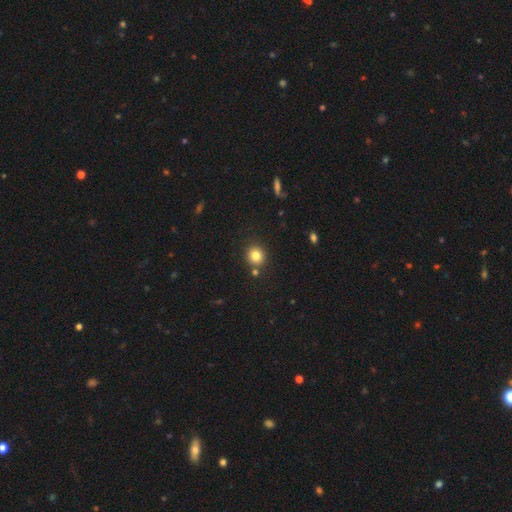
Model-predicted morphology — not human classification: A smooth galaxy with no disk features (82%) that is round (86%). Merging: none (82%).